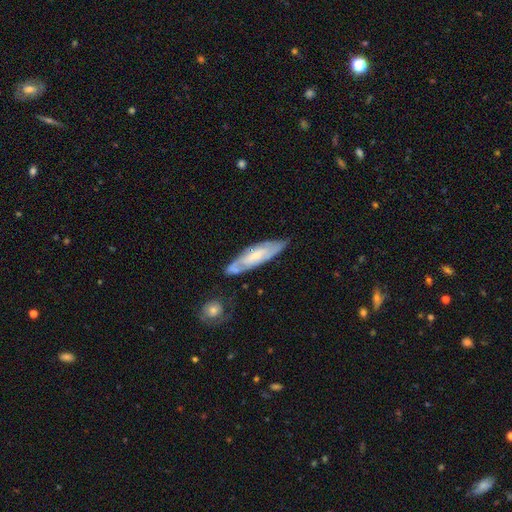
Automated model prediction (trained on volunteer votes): Overall: featured or disk (63%; smooth 31%). Edge-on disk: no (71%). Merging: none (71%).